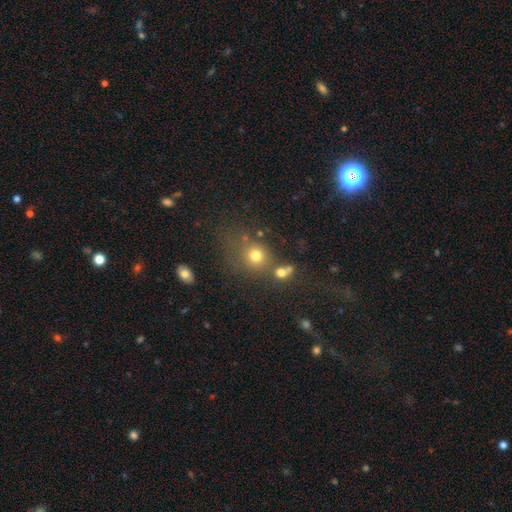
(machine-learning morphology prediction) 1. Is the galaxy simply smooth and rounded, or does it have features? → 73% smooth, 17% star or artifact, 10% featured or disk.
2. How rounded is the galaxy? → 78% round, 20% in between, 1% cigar-shaped.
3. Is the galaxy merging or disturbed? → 57% none, 21% merger, 13% minor disturbance, 9% major disturbance.